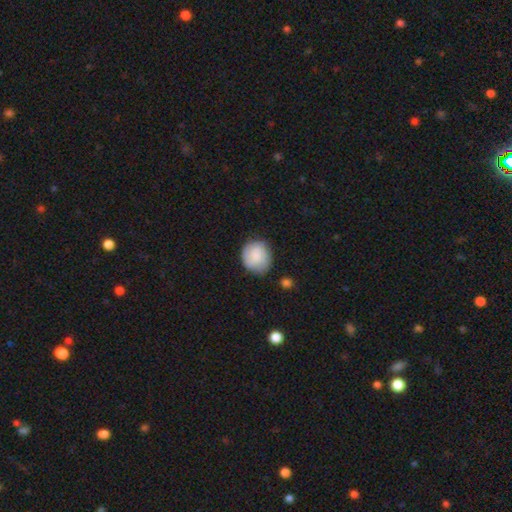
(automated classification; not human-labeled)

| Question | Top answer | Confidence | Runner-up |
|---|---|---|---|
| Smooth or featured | smooth | 73% | featured or disk (20%) |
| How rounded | round | 75% | in between (24%) |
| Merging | none | 74% | minor disturbance (19%) |